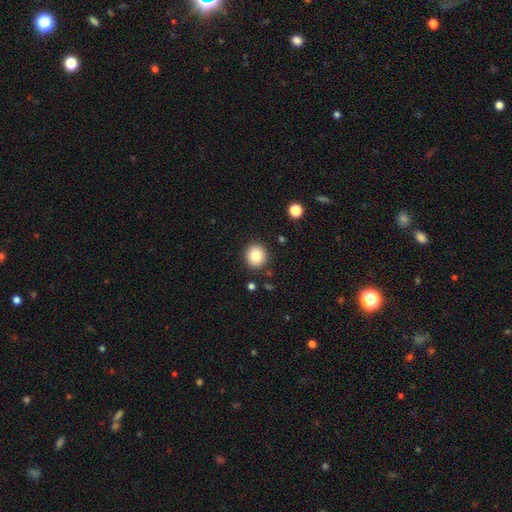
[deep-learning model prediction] Smooth or featured: smooth — 86% (star or artifact — 9%)
How rounded: round — 90% (in between — 9%)
Merging: none — 89% (minor disturbance — 7%)